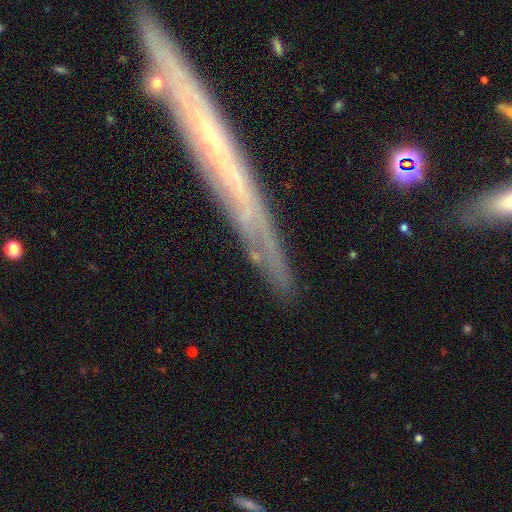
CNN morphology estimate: Smooth or featured?
  - featured or disk: 51% *
  - smooth: 33%
  - star or artifact: 17%
Edge-on disk?
  - yes: 65% *
  - no: 35%
Merging?
  - none: 79% *
  - minor disturbance: 13%
  - major disturbance: 4%
  - merger: 3%